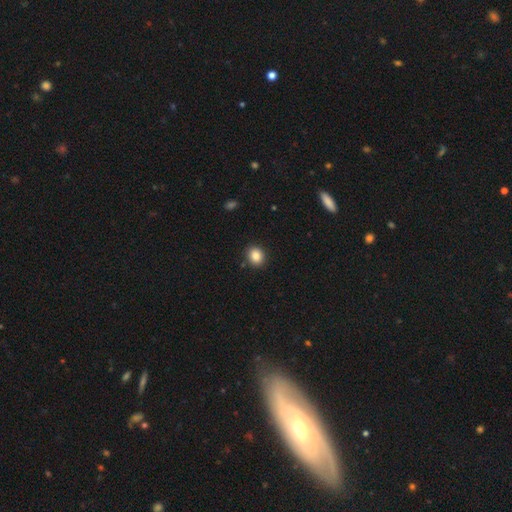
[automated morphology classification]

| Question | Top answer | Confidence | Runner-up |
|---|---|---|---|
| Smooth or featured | smooth | 85% | star or artifact (10%) |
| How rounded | round | 67% | in between (32%) |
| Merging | none | 89% | minor disturbance (7%) |